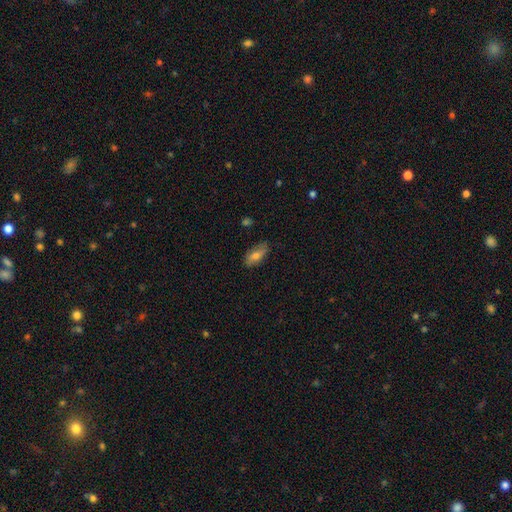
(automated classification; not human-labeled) Smooth or featured? smooth (70%)
How rounded? in between (85%)
Merging? none (78%)